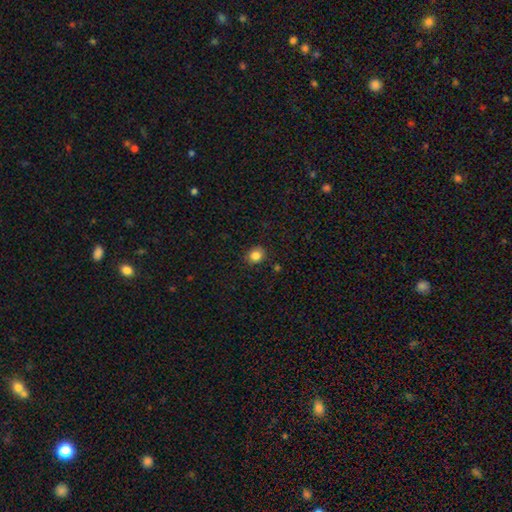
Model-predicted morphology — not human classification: A smooth galaxy with no disk features (84%) that is round (71%).

Vote fractions:
- Smooth or featured? smooth: 84% / star or artifact: 11% / featured or disk: 5%
- How rounded? round: 71% / in between: 28% / cigar-shaped: 1%
- Merging? none: 88% / minor disturbance: 8% / major disturbance: 2% / merger: 2%